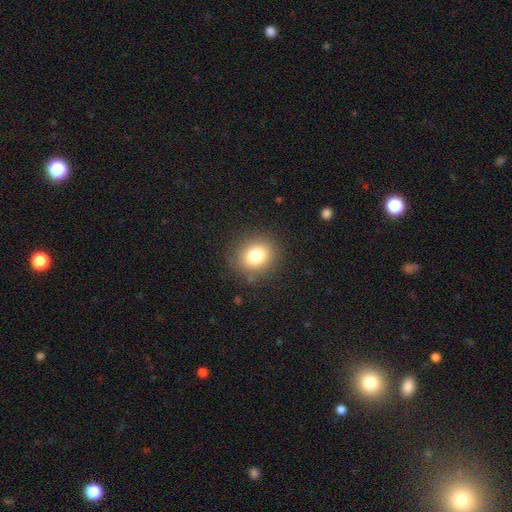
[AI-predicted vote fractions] Smooth or featured? Predicted: smooth (p=0.79). How rounded? Predicted: round (p=0.72). Merging? Predicted: none (p=0.87).